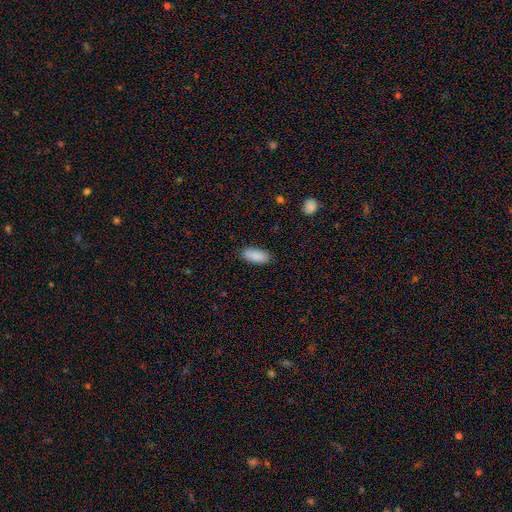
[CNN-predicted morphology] This is clearly a smooth galaxy (89%). How rounded: clearly in between (87%). Merging: clearly none (87%).